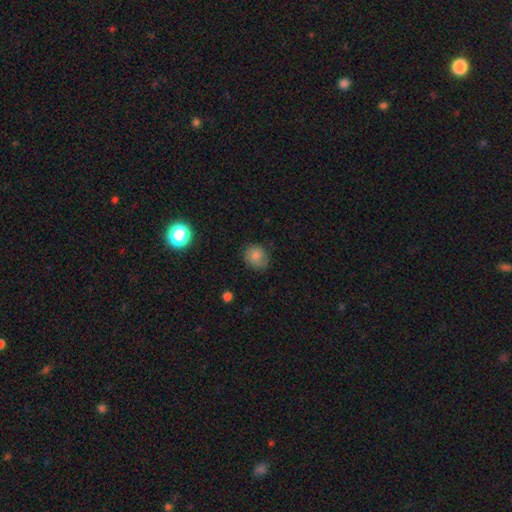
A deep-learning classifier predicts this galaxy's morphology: A smooth galaxy with no disk features (81%) that is round (72%). Merging: none (76%).